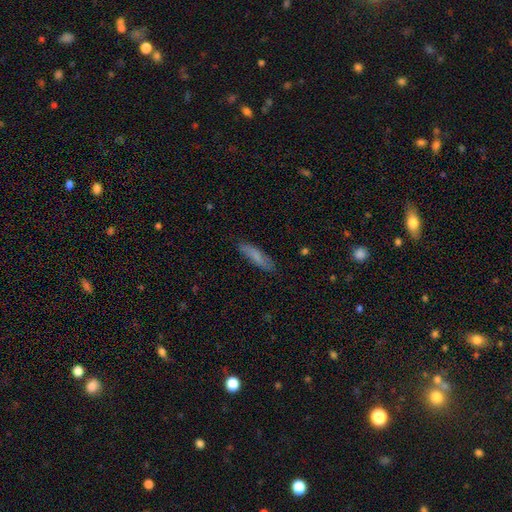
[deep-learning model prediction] Q: Smooth or featured?
A: smooth (74%); runner-up: featured or disk (20%)
Q: How rounded?
A: cigar-shaped (75%); runner-up: in between (23%)
Q: Merging?
A: none (84%); runner-up: minor disturbance (13%)